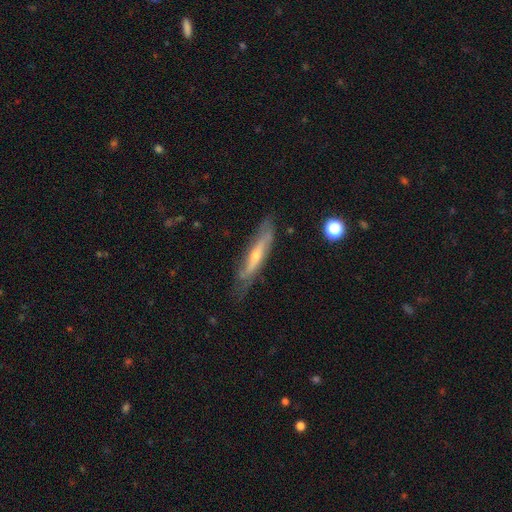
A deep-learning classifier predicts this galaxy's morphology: Smooth or featured?
  - featured or disk: 67% *
  - smooth: 26%
  - star or artifact: 6%
Edge-on disk?
  - yes: 65% *
  - no: 35%
Merging?
  - none: 68% *
  - minor disturbance: 23%
  - major disturbance: 7%
  - merger: 2%